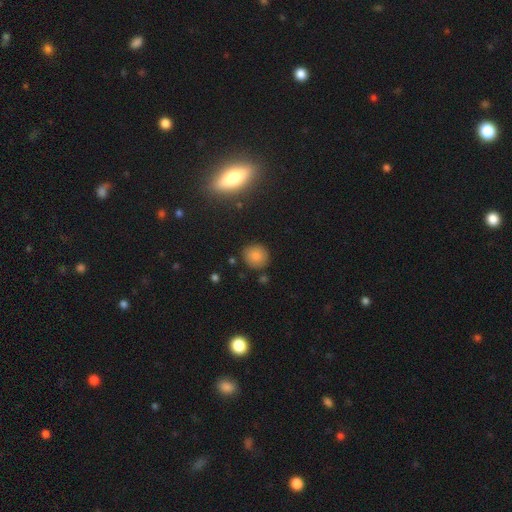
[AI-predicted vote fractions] The model was most divided on "smooth or featured": smooth: 81%, star or artifact: 12%, featured or disk: 7%. More confident: how rounded — round (91%); merging — none (86%).